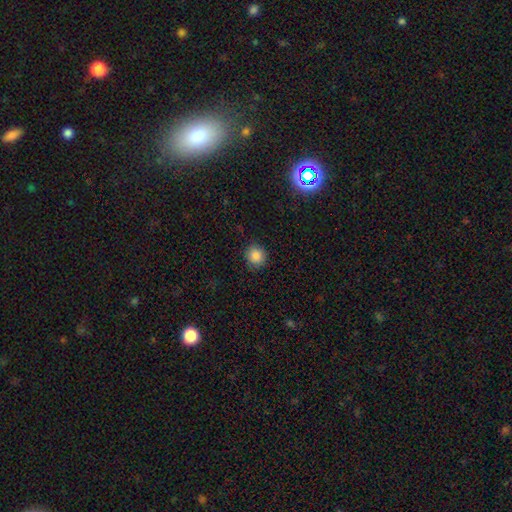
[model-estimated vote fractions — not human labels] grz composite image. It shows a smooth galaxy with no disk features (85%) that is round (89%). Merging: none (88%).